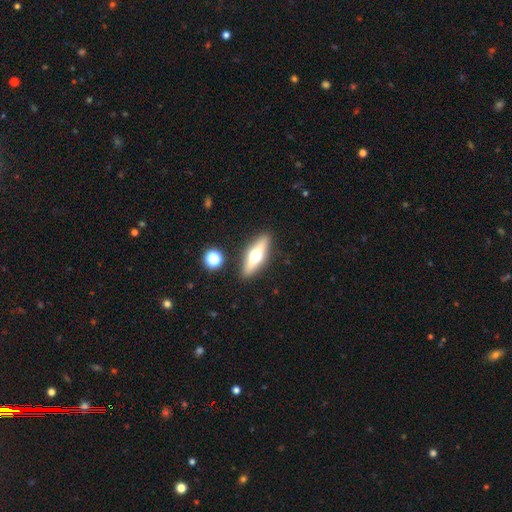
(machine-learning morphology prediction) Smooth or featured? Predicted: featured or disk (p=0.54). Edge-on disk? Predicted: yes (p=0.89). Merging? Predicted: none (p=0.88).